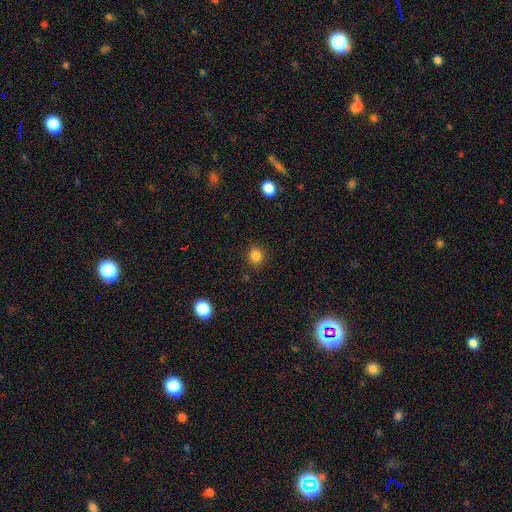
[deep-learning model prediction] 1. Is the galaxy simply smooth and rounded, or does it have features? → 84% smooth, 12% star or artifact, 4% featured or disk.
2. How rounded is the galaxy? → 81% round, 18% in between, 1% cigar-shaped.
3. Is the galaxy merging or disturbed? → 88% none, 8% minor disturbance, 3% major disturbance, 1% merger.